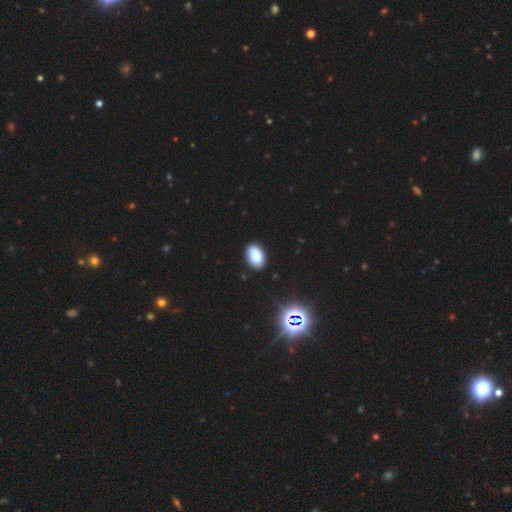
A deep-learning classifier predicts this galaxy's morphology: A smooth galaxy with no disk features (85%) that is in between round and cigar-shaped (91%). Merging: none (86%).